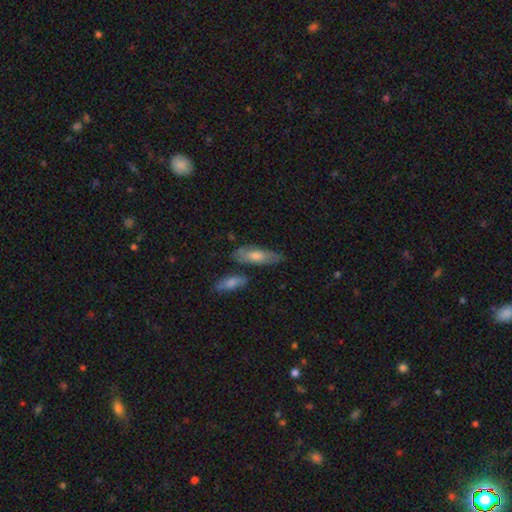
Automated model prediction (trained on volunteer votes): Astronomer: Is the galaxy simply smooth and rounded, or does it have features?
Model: smooth — 50% (runner-up: featured or disk, 43%).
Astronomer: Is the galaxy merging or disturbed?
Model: none — 68%.